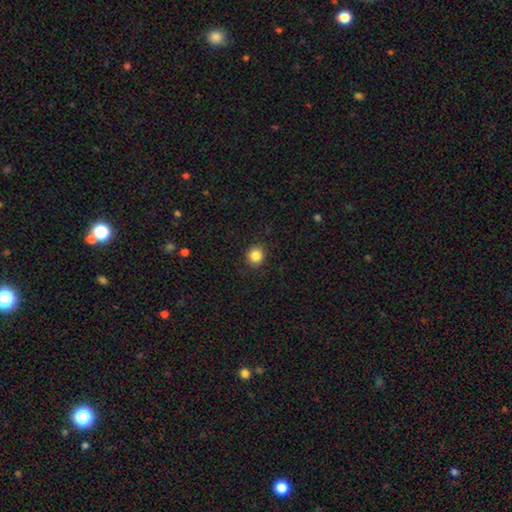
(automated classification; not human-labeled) Smooth or featured? Predicted: smooth (p=0.85). How rounded? Predicted: round (p=0.89). Merging? Predicted: none (p=0.90).